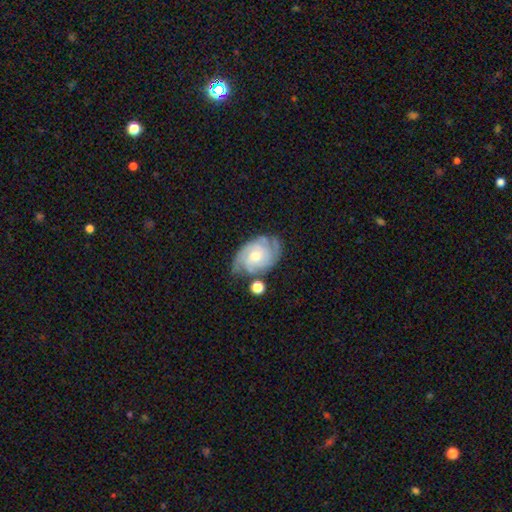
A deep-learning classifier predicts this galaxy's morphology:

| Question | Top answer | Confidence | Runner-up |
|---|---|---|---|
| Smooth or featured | featured or disk | 79% | smooth (14%) |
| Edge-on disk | no | 97% | yes (3%) |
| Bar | no | 73% | weak (23%) |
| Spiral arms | yes | 94% | no (6%) |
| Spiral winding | tight | 64% | medium (29%) |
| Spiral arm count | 3 | 28% | can't tell (27%) |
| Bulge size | moderate | 59% | small (36%) |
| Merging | none | 65% | minor disturbance (21%) |